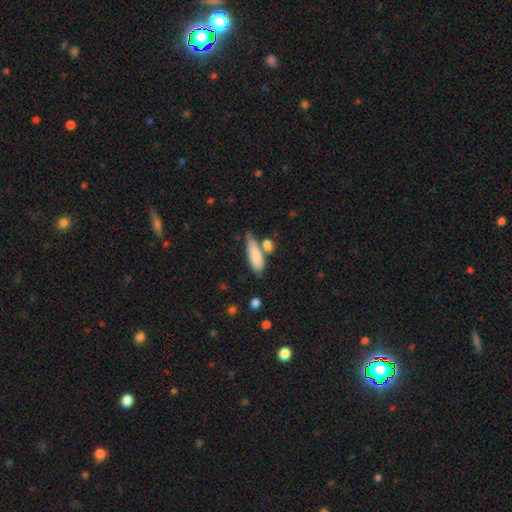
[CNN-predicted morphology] Smooth or featured? smooth (81%)
How rounded? in between (52%)
Merging? none (50%)